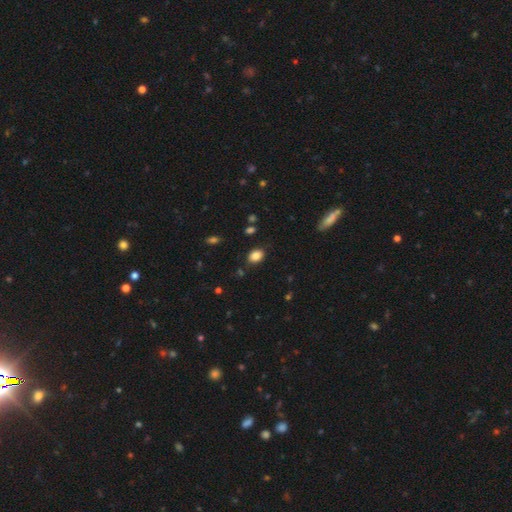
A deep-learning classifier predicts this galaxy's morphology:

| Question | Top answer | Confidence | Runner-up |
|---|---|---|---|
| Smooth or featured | smooth | 85% | star or artifact (10%) |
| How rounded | in between | 75% | round (24%) |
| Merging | none | 83% | minor disturbance (11%) |